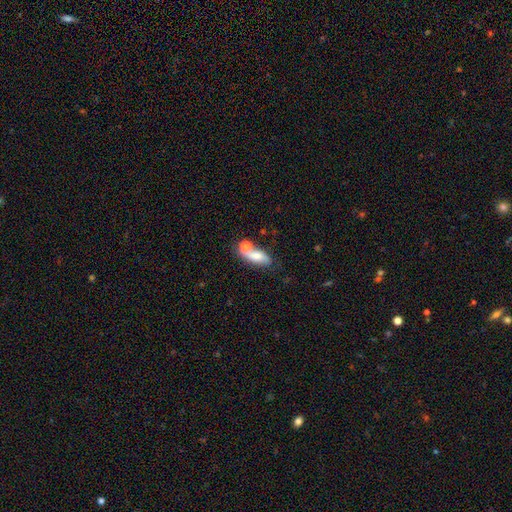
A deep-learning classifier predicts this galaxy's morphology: This is likely a smooth galaxy (64%). How rounded: likely in between (73%). Merging: marginally merger (39%).